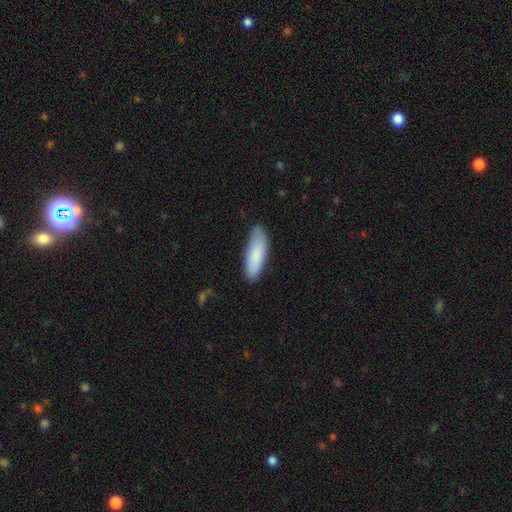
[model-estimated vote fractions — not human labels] A smooth galaxy with no disk features (85%) that is in between round and cigar-shaped (51%). Merging: none (80%).